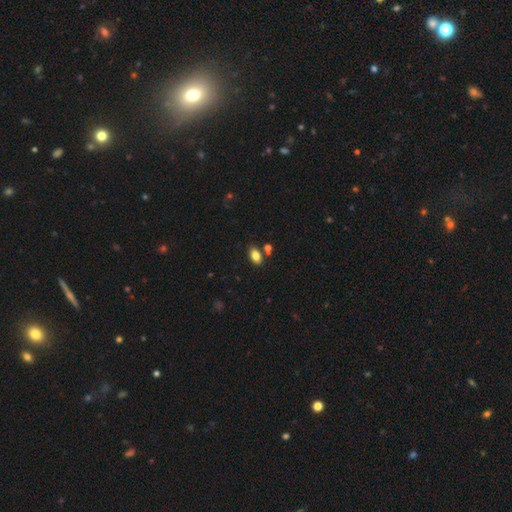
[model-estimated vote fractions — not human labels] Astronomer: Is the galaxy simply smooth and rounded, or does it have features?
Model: smooth — 82%.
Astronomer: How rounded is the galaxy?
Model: in between — 90%.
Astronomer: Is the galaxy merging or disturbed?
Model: none — 76%.